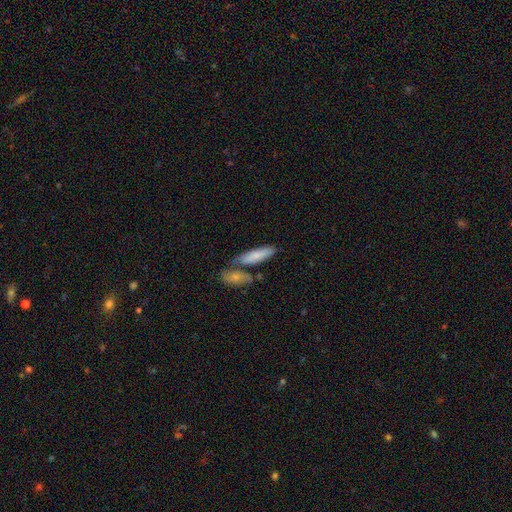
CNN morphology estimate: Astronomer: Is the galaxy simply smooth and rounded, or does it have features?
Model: smooth — 78%.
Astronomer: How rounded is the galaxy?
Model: cigar-shaped — 55% (runner-up: in between, 43%).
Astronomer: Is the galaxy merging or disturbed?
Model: none — 53% (runner-up: merger, 31%).